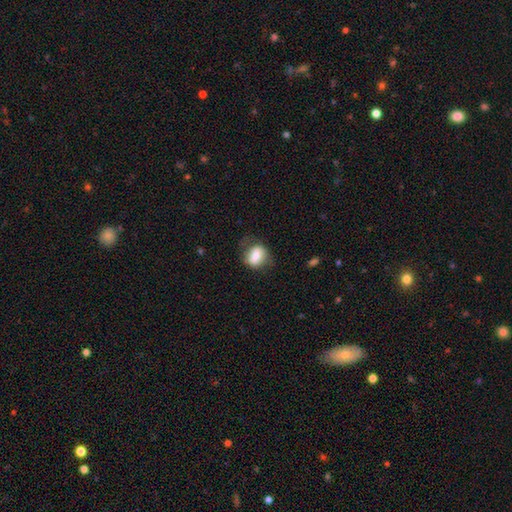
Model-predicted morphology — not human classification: This is likely a smooth galaxy (70%). How rounded: possibly in between (56%). Merging: likely none (64%).